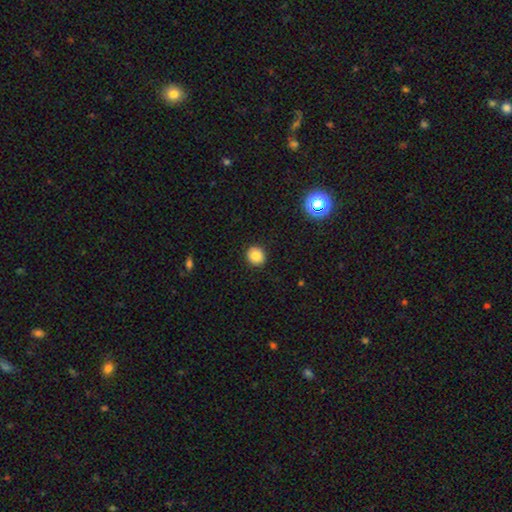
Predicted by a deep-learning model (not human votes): Smooth or featured: smooth — 84% (star or artifact — 11%)
How rounded: round — 84% (in between — 15%)
Merging: none — 91% (minor disturbance — 6%)